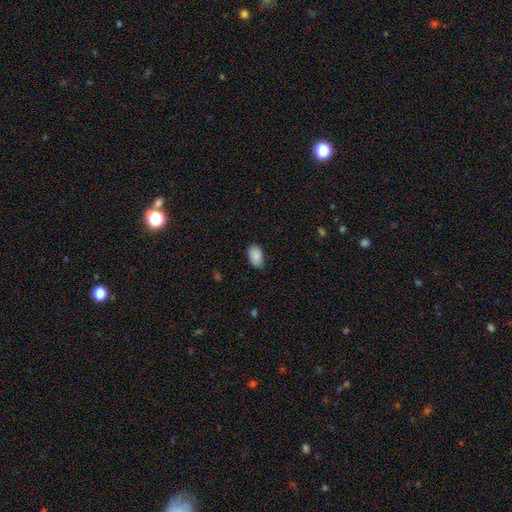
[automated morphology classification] A smooth galaxy with no disk features (87%) that is in between round and cigar-shaped (93%).

Vote fractions:
- Smooth or featured? smooth: 87% / star or artifact: 7% / featured or disk: 6%
- How rounded? in between: 93% / round: 6% / cigar-shaped: 1%
- Merging? none: 76% / minor disturbance: 20% / major disturbance: 3% / merger: 1%